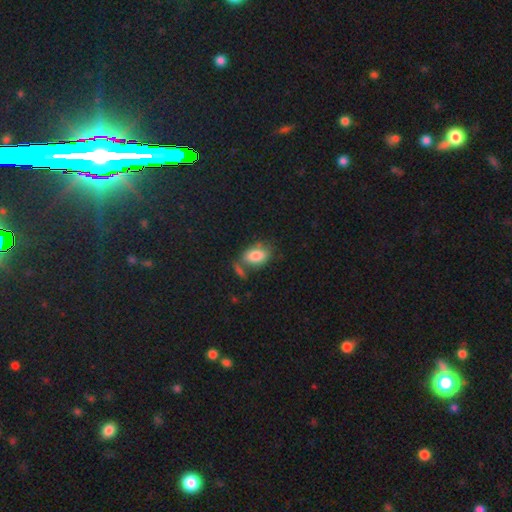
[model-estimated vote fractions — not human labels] This appears to be a smooth galaxy with no disk features (81%) that is in between round and cigar-shaped (88%). Merging: none (55%).